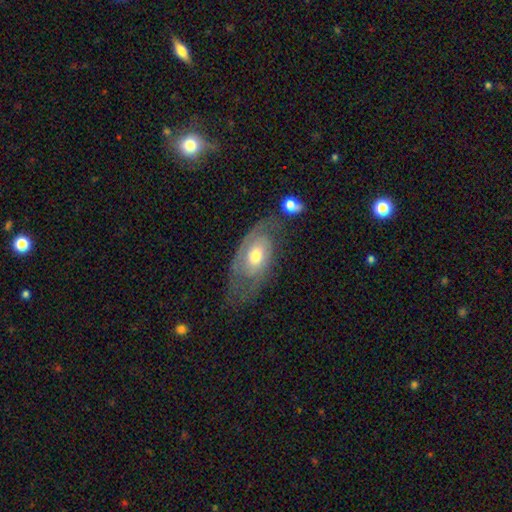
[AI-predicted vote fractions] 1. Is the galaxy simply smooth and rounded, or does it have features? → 73% featured or disk, 21% smooth, 6% star or artifact.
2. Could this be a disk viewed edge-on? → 93% no, 7% yes.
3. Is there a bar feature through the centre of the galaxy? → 75% no, 21% weak, 4% strong.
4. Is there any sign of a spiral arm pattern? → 85% yes, 15% no.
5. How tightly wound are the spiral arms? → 51% tight, 34% medium, 15% loose.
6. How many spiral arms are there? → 53% 2, 25% can't tell, 14% 1, 4% 3, 2% 4, 2% more than 4.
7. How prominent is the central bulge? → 70% moderate, 14% small, 13% large, 1% dominant, 1% none.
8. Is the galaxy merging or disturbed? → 52% none, 23% minor disturbance, 19% major disturbance, 6% merger.